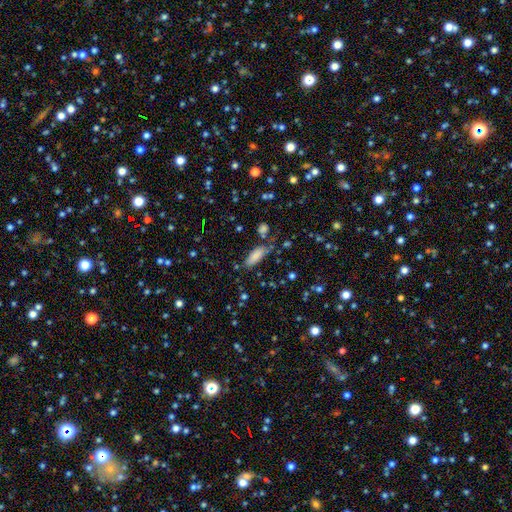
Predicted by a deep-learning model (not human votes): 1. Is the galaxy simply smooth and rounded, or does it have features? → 84% smooth, 9% star or artifact, 7% featured or disk.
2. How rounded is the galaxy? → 73% in between, 25% cigar-shaped, 2% round.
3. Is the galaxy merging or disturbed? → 70% none, 18% minor disturbance, 7% merger, 5% major disturbance.